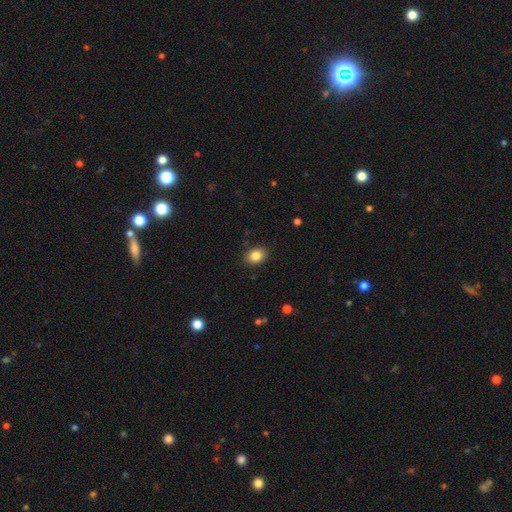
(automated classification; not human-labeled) This appears to be a smooth galaxy with no disk features (84%) that is in between round and cigar-shaped (69%). Merging: none (88%).